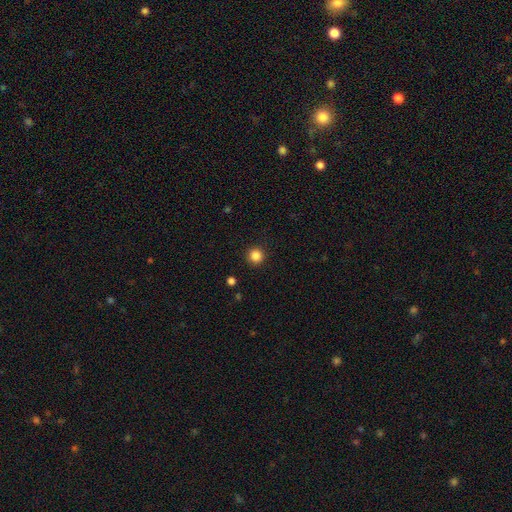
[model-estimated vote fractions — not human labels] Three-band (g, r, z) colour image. It shows a smooth galaxy with no disk features (85%) that is round (95%). Merging: none (93%).